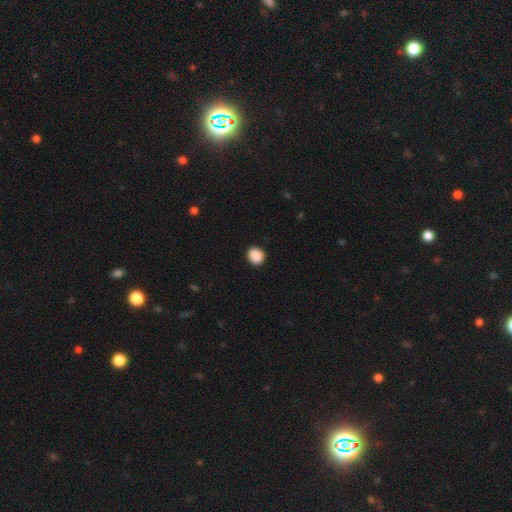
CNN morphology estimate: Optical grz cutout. It shows a smooth galaxy with no disk features (90%) that is round (71%). Merging: none (90%).